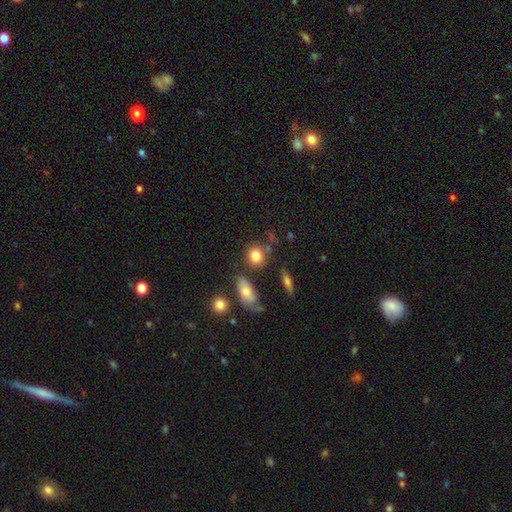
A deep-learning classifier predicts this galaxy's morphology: smooth-or-featured: smooth: 82% | star or artifact: 9% | featured or disk: 9%
  how-rounded: round: 64% | in between: 34% | cigar-shaped: 2%
  merging: none: 68% | minor disturbance: 15% | merger: 12% | major disturbance: 5%